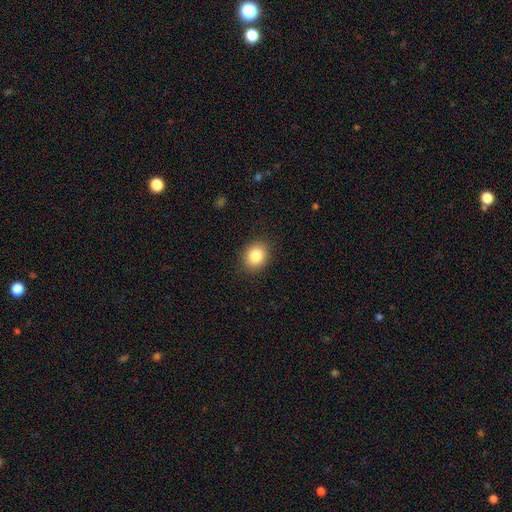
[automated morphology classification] A smooth galaxy with no disk features (83%) that is round (59%). Merging: none (89%).